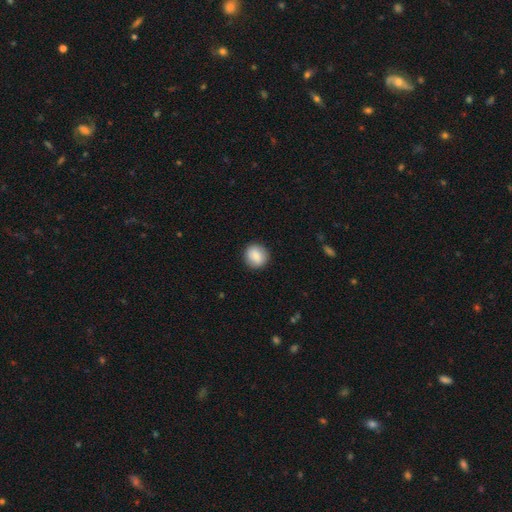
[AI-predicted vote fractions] Smooth or featured?
  - smooth: 85% *
  - star or artifact: 7%
  - featured or disk: 7%
How rounded?
  - round: 88% *
  - in between: 11%
  - cigar-shaped: 1%
Merging?
  - none: 90% *
  - minor disturbance: 7%
  - major disturbance: 2%
  - merger: 1%